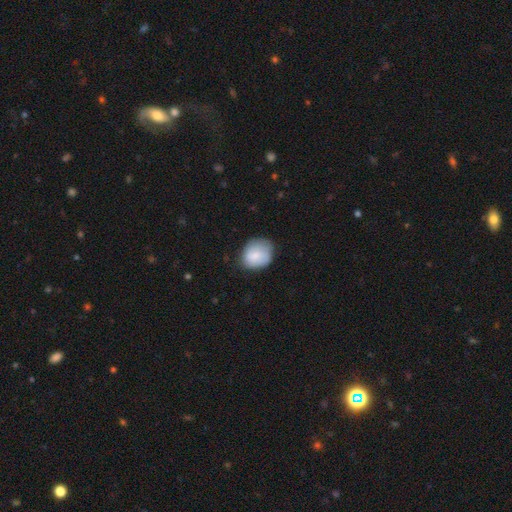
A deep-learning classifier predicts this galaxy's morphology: A smooth galaxy with no disk features (76%) that is round (58%). Merging: none (65%).